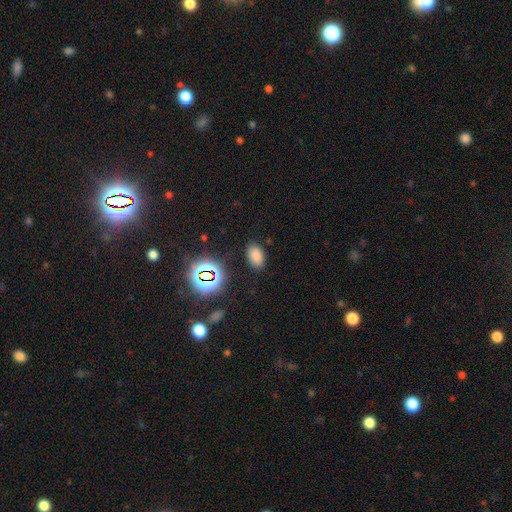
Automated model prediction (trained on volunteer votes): Smooth or featured?
  - smooth: 76% *
  - star or artifact: 19%
  - featured or disk: 6%
How rounded?
  - in between: 90% *
  - round: 9%
  - cigar-shaped: 2%
Merging?
  - none: 85% *
  - minor disturbance: 10%
  - major disturbance: 3%
  - merger: 2%